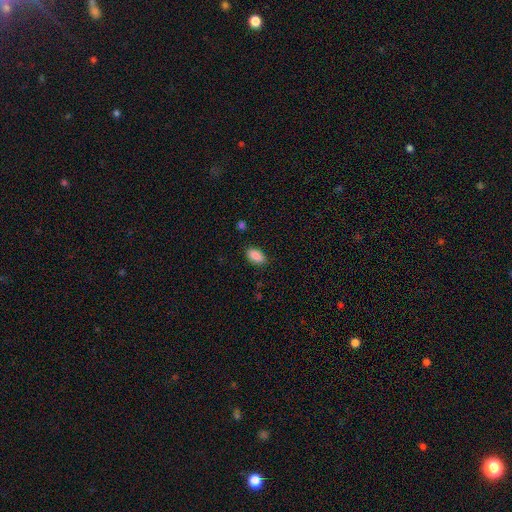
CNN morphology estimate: The model was most divided on "merging": none: 86%, minor disturbance: 10%, major disturbance: 2%, merger: 1%. More confident: how rounded — in between (93%); smooth or featured — smooth (88%).